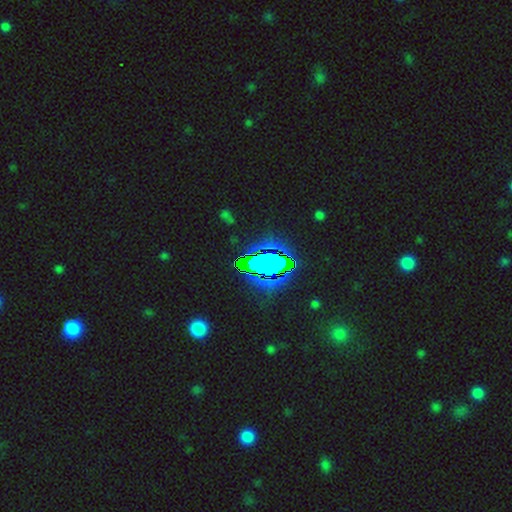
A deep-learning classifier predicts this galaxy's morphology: Smooth or featured? star or artifact (71%)